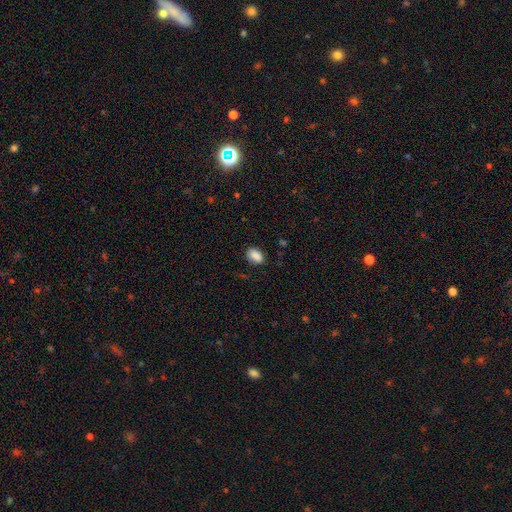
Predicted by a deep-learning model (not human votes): Overall: smooth (87%). How rounded: in between (83%). Merging: none (79%).